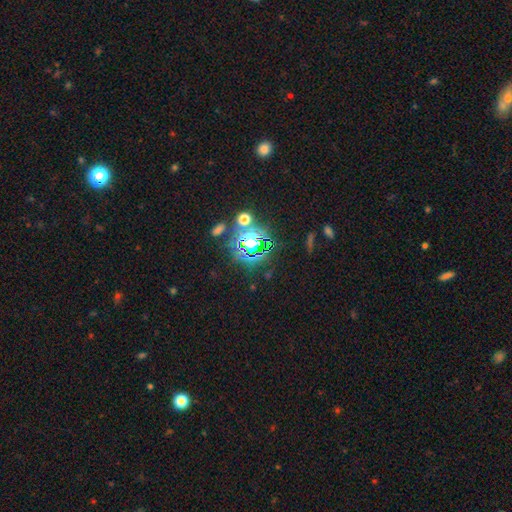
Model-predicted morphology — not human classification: A star or artifact, not a galaxy (78%).

Vote fractions:
- Smooth or featured? star or artifact: 78% / smooth: 14% / featured or disk: 8%